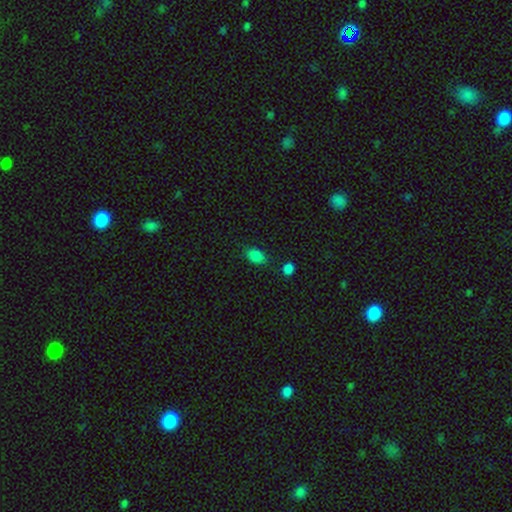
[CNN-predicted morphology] Smooth or featured?
  - smooth: 85% *
  - star or artifact: 11%
  - featured or disk: 4%
How rounded?
  - in between: 80% *
  - round: 18%
  - cigar-shaped: 1%
Merging?
  - none: 76% *
  - minor disturbance: 15%
  - merger: 5%
  - major disturbance: 4%